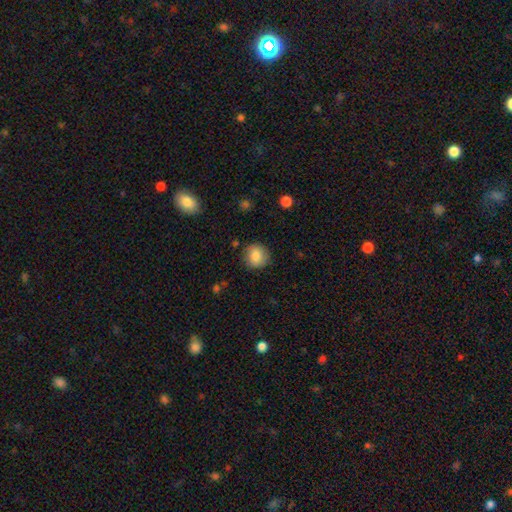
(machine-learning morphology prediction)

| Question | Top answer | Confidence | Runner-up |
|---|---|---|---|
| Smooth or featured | smooth | 85% | star or artifact (8%) |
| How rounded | round | 87% | in between (12%) |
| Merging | none | 83% | minor disturbance (12%) |